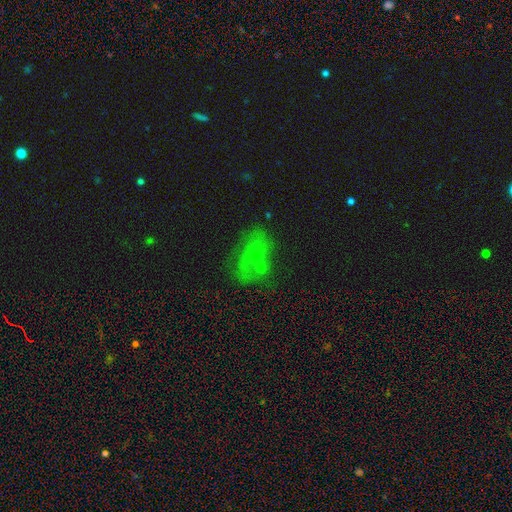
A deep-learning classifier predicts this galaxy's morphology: Smooth or featured? smooth (40%)
Merging? none (36%)